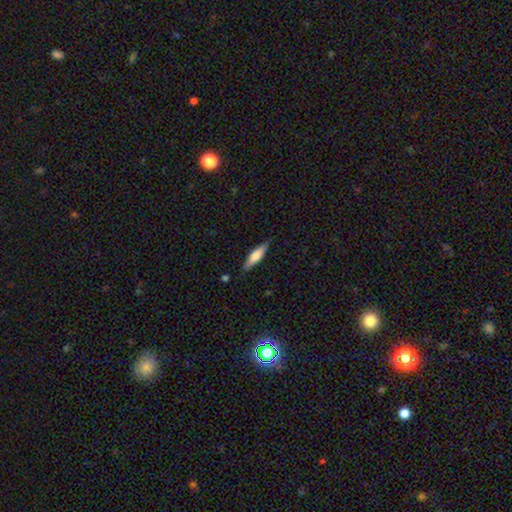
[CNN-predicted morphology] smooth-or-featured: smooth: 61% | featured or disk: 33% | star or artifact: 6%
  how-rounded: cigar-shaped: 69% | in between: 29% | round: 2%
  merging: none: 84% | minor disturbance: 12% | major disturbance: 2% | merger: 1%